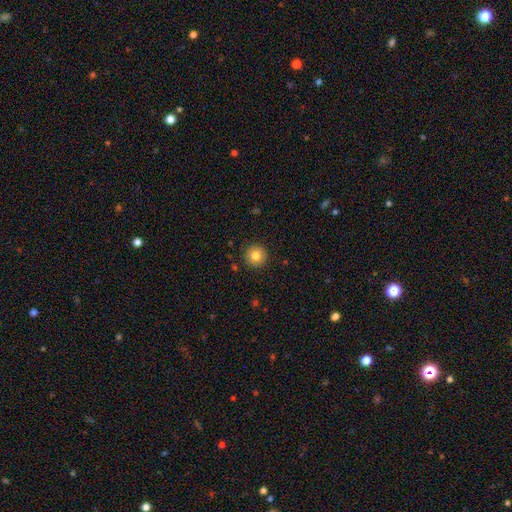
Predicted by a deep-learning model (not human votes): Morphology: type=smooth (82%); roundness=round (96%); merging=none (91%).